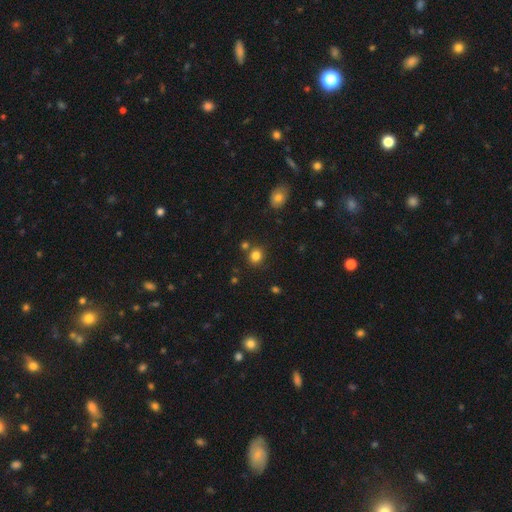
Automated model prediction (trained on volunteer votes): This appears to be a smooth galaxy with no disk features (82%) that is round (77%). Merging: none (77%).